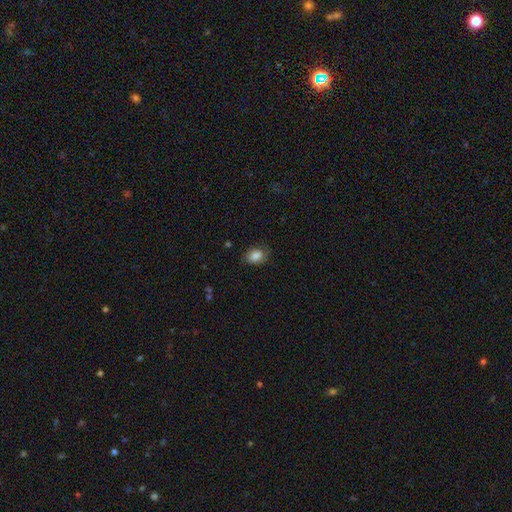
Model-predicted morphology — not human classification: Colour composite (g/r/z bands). It shows a smooth galaxy with no disk features (84%) that is in between round and cigar-shaped (72%). Merging: none (76%).